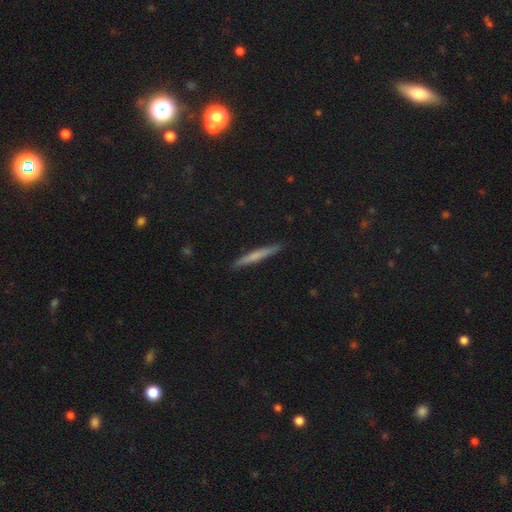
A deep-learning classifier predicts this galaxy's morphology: Overall: smooth (60%; featured or disk 34%). How rounded: cigar-shaped (96%). Merging: none (91%).